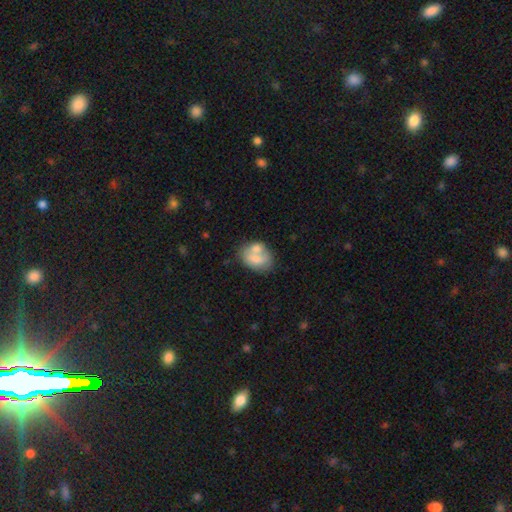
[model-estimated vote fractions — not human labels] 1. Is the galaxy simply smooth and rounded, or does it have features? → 66% smooth, 26% featured or disk, 8% star or artifact.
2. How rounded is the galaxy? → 73% in between, 26% round, 1% cigar-shaped.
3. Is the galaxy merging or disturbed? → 42% merger, 33% none, 16% minor disturbance, 8% major disturbance.